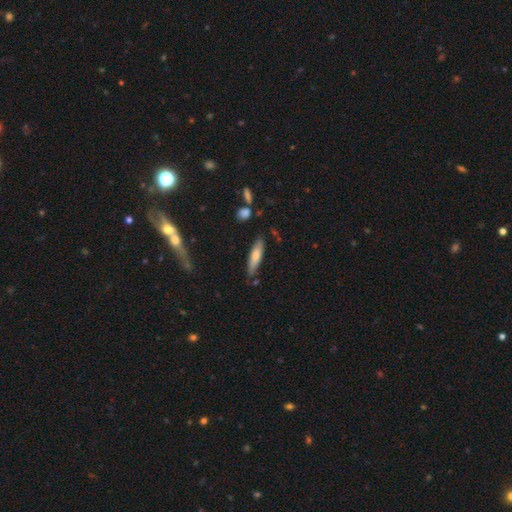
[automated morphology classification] Overall: smooth (69%). How rounded: cigar-shaped (76%). Merging: none (79%).